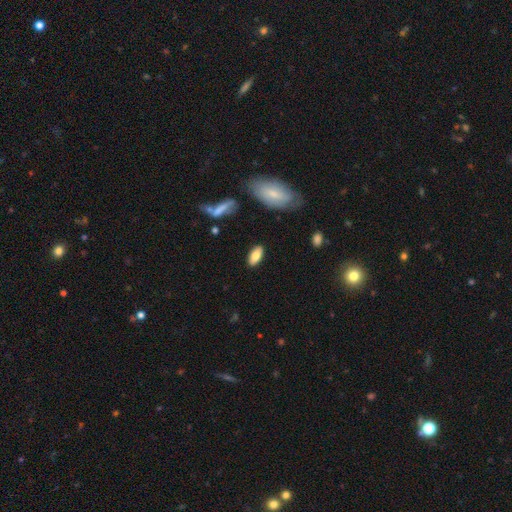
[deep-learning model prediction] smooth-or-featured: smooth: 79% | featured or disk: 14% | star or artifact: 7%
  how-rounded: in between: 85% | cigar-shaped: 12% | round: 3%
  merging: none: 85% | minor disturbance: 10% | major disturbance: 3% | merger: 2%